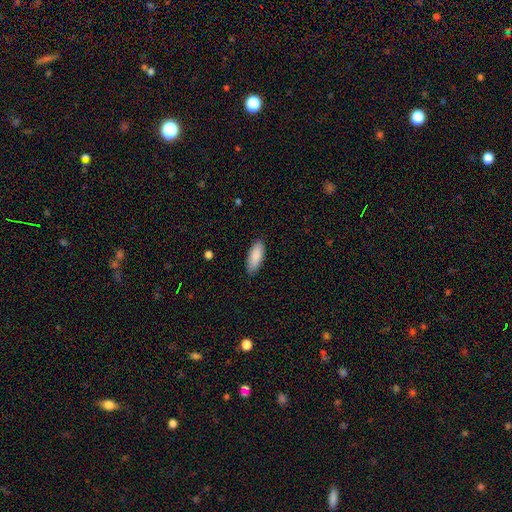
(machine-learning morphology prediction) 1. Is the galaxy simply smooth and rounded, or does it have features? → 89% smooth, 6% star or artifact, 5% featured or disk.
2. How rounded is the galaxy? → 77% in between, 21% cigar-shaped, 2% round.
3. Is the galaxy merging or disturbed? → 86% none, 11% minor disturbance, 2% major disturbance, 1% merger.